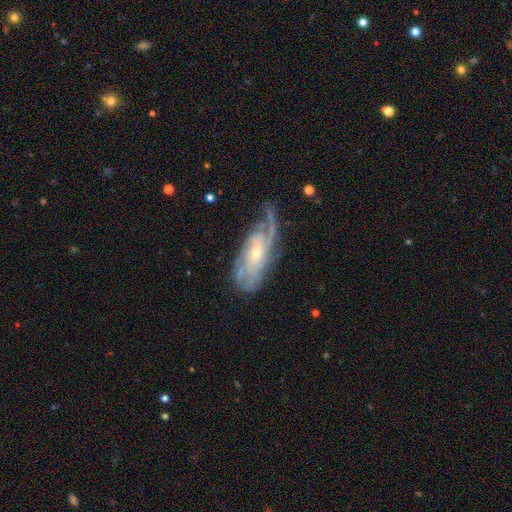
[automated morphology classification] Smooth or featured: featured or disk — 77% (smooth — 15%)
Edge-on disk: no — 88% (yes — 12%)
Bar: no — 68% (weak — 26%)
Spiral arms: yes — 90% (no — 10%)
Spiral winding: tight — 51% (medium — 34%)
Spiral arm count: can't tell — 43% (2 — 24%)
Bulge size: small — 65% (moderate — 30%)
Merging: none — 57% (minor disturbance — 25%)